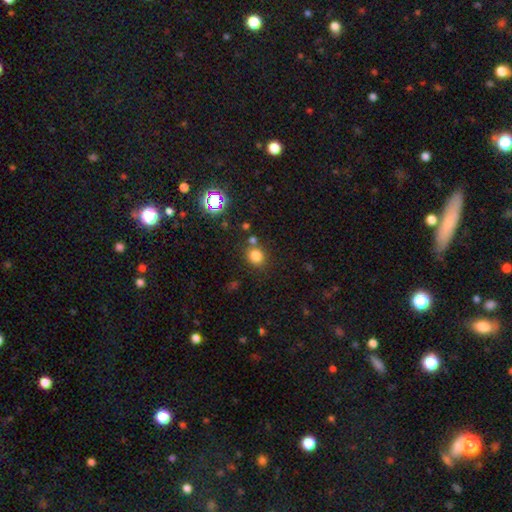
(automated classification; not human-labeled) Smooth or featured? smooth (80%)
How rounded? round (81%)
Merging? none (74%)